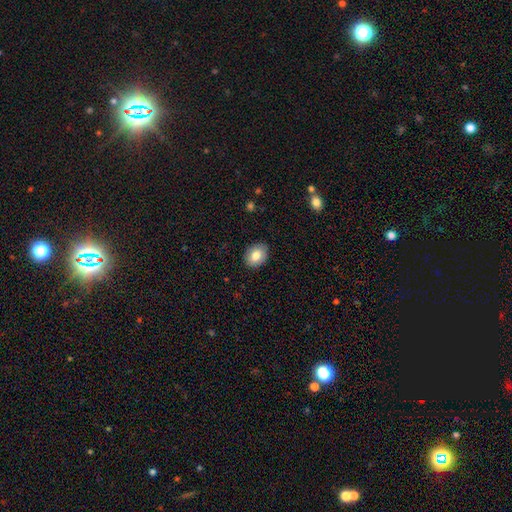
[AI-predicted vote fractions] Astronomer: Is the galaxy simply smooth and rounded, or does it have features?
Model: smooth — 80%.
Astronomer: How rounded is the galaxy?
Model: in between — 58% (runner-up: round, 42%).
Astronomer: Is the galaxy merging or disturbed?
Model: none — 88%.